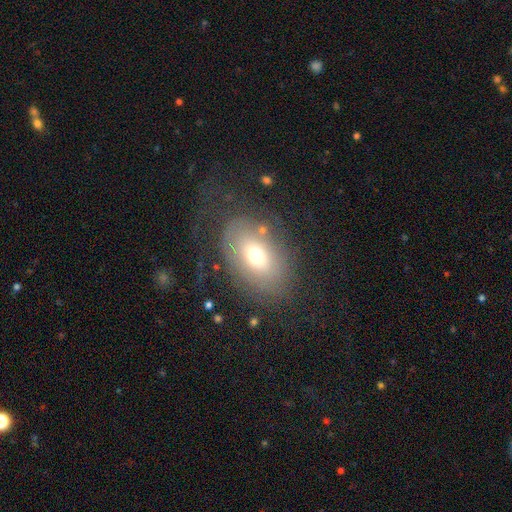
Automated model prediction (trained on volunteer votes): The model was most divided on "smooth or featured": smooth: 57%, featured or disk: 32%, star or artifact: 11%. More confident: how rounded — in between (80%); merging — none (66%).